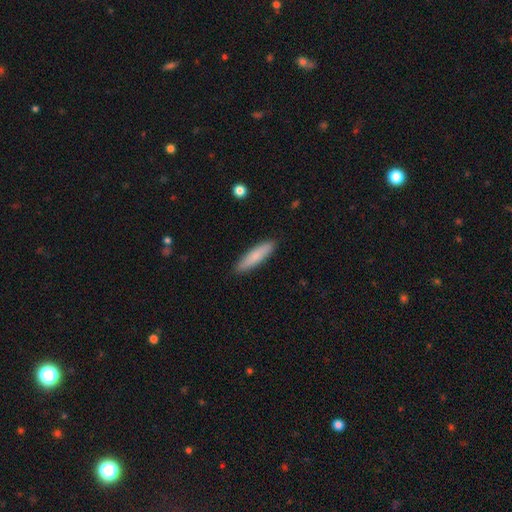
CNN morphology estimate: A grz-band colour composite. It shows a smooth galaxy with no disk features (81%) that is cigar-shaped (77%). Merging: none (90%).